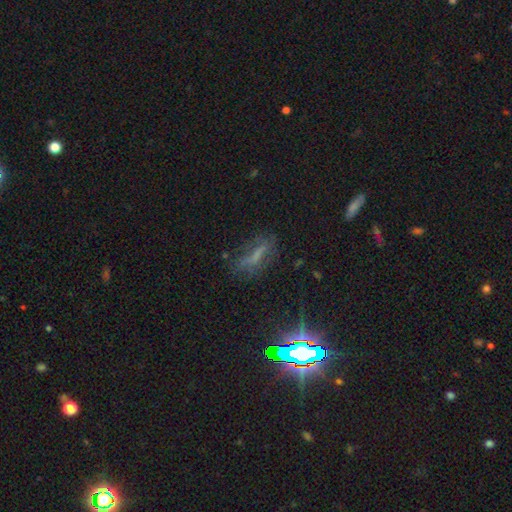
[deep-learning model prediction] smooth_or_featured: smooth (p=0.34) [alt: featured or disk p=0.33]
merging: none (p=0.56) [alt: minor disturbance p=0.22]